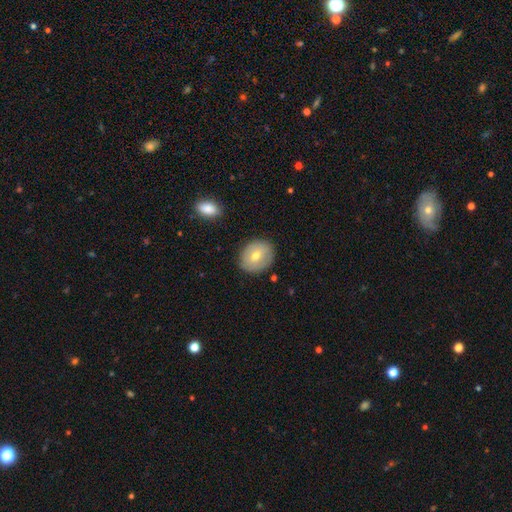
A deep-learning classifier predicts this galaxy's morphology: Smooth or featured: smooth — 61% (featured or disk — 31%)
How rounded: round — 55% (in between — 44%)
Merging: none — 84% (minor disturbance — 12%)